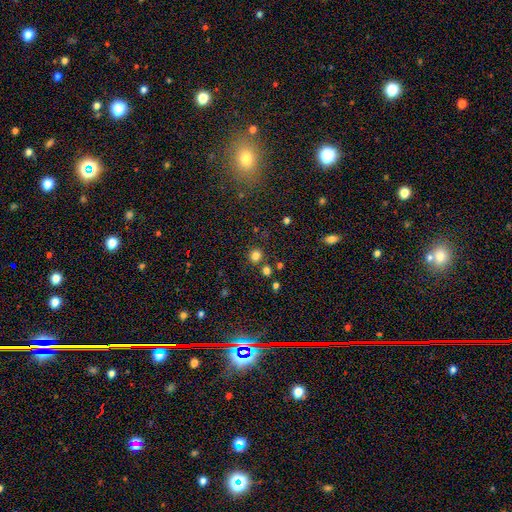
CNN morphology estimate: This is likely a smooth galaxy (79%). How rounded: clearly round (85%). Merging: clearly none (81%).